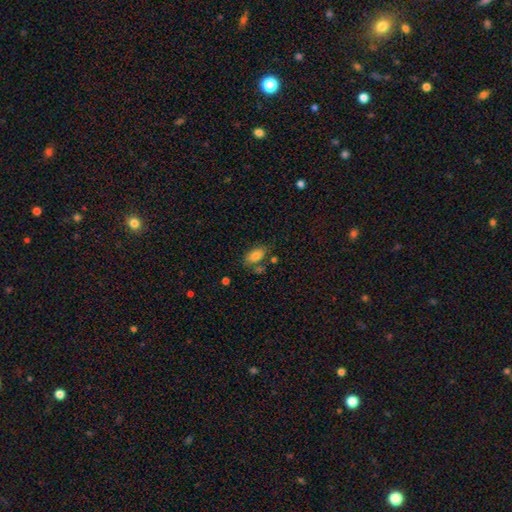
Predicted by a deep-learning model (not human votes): Smooth or featured?
  - smooth: 80% *
  - featured or disk: 12%
  - star or artifact: 9%
How rounded?
  - in between: 90% *
  - round: 6%
  - cigar-shaped: 4%
Merging?
  - none: 64% *
  - minor disturbance: 20%
  - merger: 10%
  - major disturbance: 6%